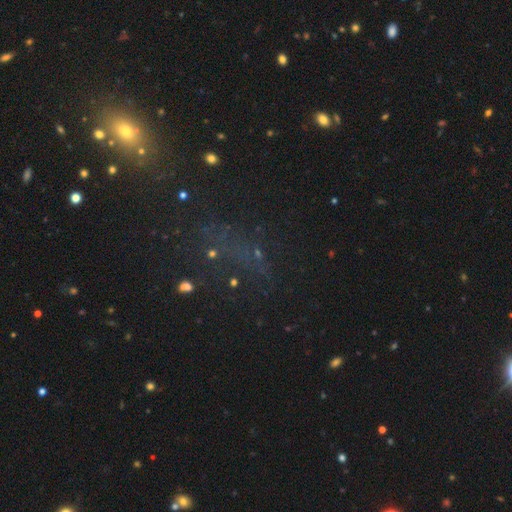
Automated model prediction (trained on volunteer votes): A star or artifact, not a galaxy (58%).